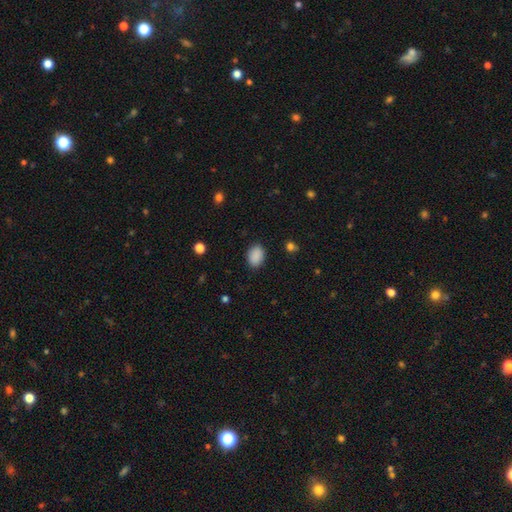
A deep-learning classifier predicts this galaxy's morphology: smooth-or-featured: smooth: 89% | star or artifact: 8% | featured or disk: 3%
  how-rounded: in between: 79% | round: 20% | cigar-shaped: 1%
  merging: none: 86% | minor disturbance: 10% | major disturbance: 3% | merger: 1%